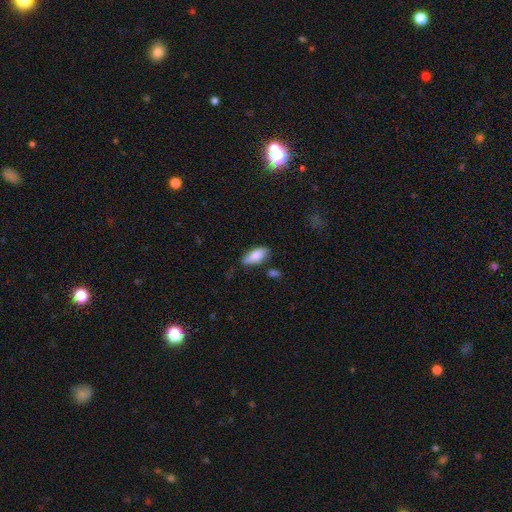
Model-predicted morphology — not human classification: A smooth galaxy with no disk features (84%) that is in between round and cigar-shaped (82%).

Vote fractions:
- Smooth or featured? smooth: 84% / featured or disk: 10% / star or artifact: 6%
- How rounded? in between: 82% / cigar-shaped: 16% / round: 2%
- Merging? none: 66% / minor disturbance: 24% / major disturbance: 5% / merger: 5%